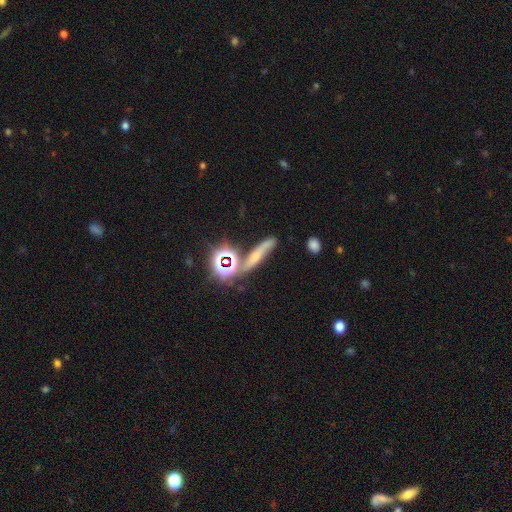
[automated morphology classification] The model was most divided on "smooth or featured": smooth: 41%, featured or disk: 32%, star or artifact: 27%. More confident: merging — none (63%).